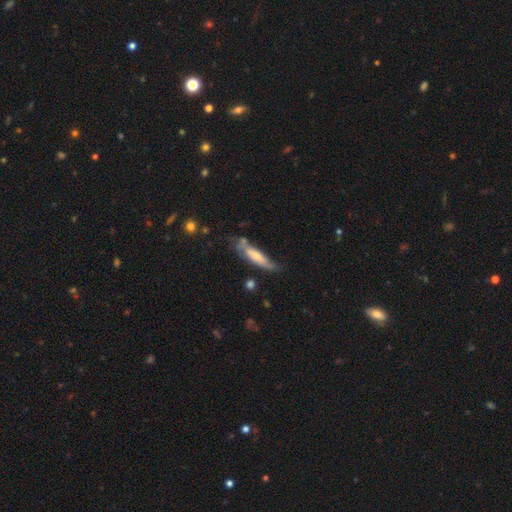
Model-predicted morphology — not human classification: Overall: smooth (54%; featured or disk 40%). How rounded: cigar-shaped (70%). Merging: none (48%; minor disturbance 30%).